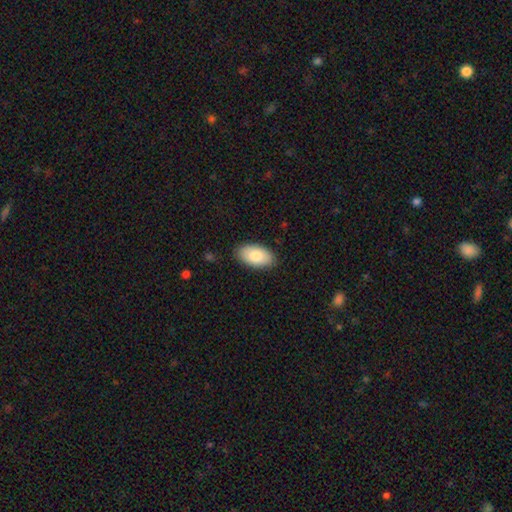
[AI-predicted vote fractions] Smooth or featured? Predicted: smooth (p=0.79). How rounded? Predicted: in between (p=0.95). Merging? Predicted: none (p=0.87).